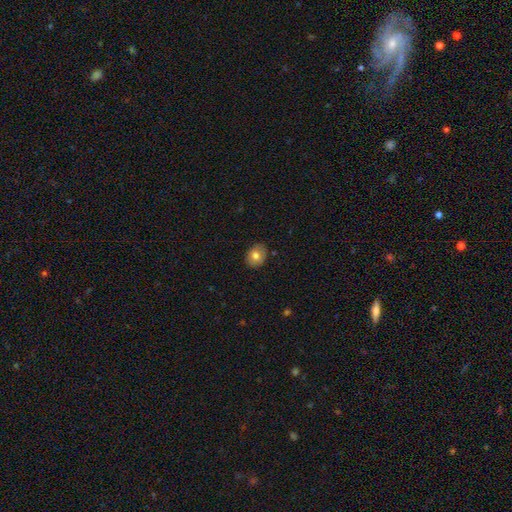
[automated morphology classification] The model was most divided on "how rounded": round: 50%, in between: 49%, cigar-shaped: 1%. More confident: merging — none (86%); smooth or featured — smooth (75%).